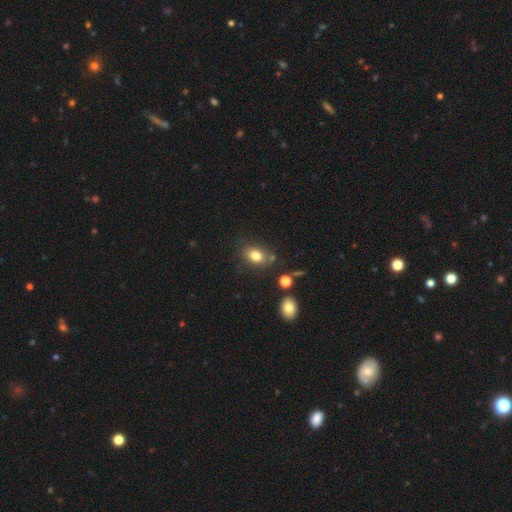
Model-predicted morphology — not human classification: Smooth or featured: smooth — 80% (star or artifact — 11%)
How rounded: in between — 68% (round — 30%)
Merging: none — 73% (minor disturbance — 15%)